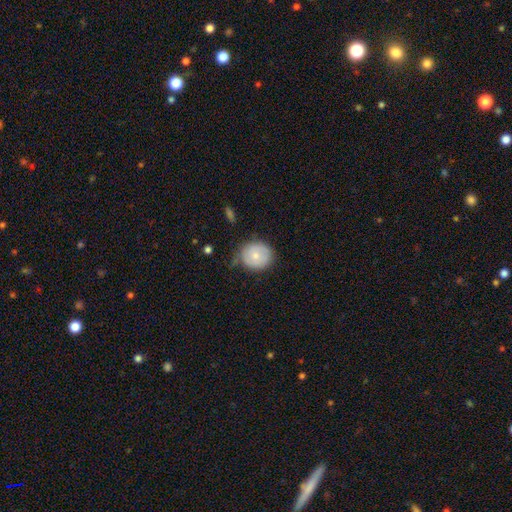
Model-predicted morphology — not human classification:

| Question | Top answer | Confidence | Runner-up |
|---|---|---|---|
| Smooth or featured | smooth | 69% | featured or disk (25%) |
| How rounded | round | 79% | in between (20%) |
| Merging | none | 59% | minor disturbance (30%) |